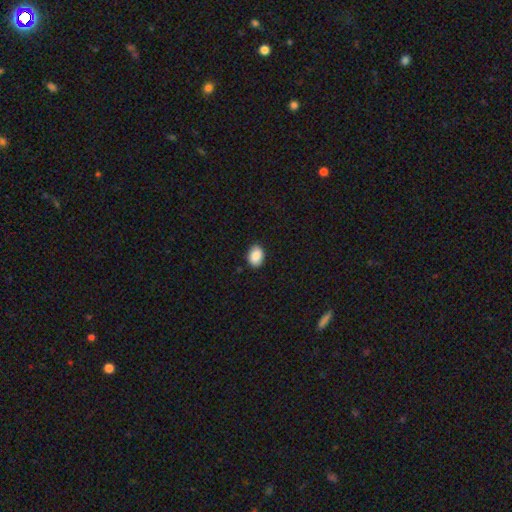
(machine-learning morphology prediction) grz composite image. It shows a smooth galaxy with no disk features (88%) that is in between round and cigar-shaped (78%). Merging: none (89%).